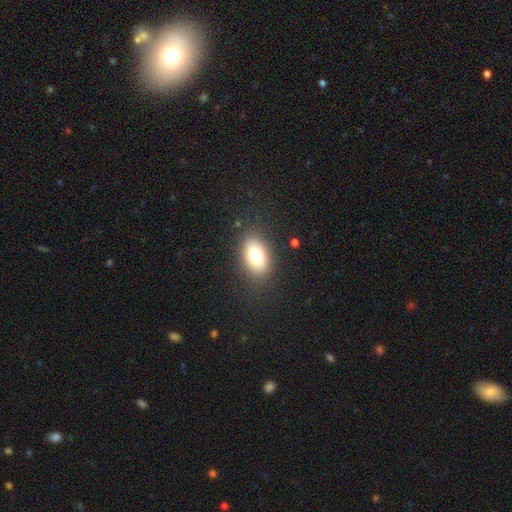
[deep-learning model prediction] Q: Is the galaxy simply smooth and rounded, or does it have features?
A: smooth — 78%.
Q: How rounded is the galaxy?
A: in between — 86%.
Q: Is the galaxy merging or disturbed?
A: none — 84%.